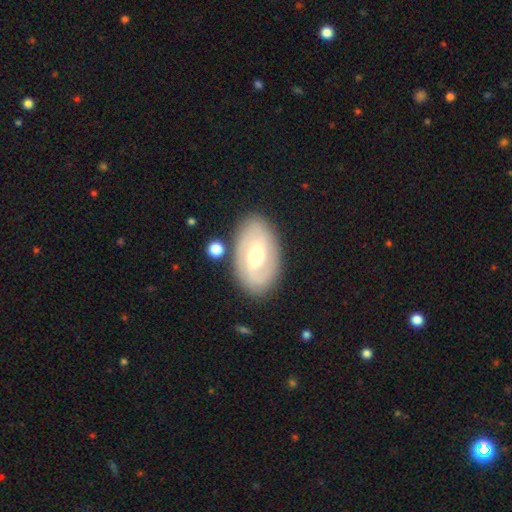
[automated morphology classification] Smooth or featured?
  - featured or disk: 71% *
  - smooth: 24%
  - star or artifact: 6%
Edge-on disk?
  - no: 94% *
  - yes: 6%
Bar?
  - weak: 48% *
  - no: 29%
  - strong: 23%
Spiral arms?
  - yes: 75% *
  - no: 25%
Bulge size?
  - moderate: 71% *
  - small: 14%
  - large: 12%
  - dominant: 1%
  - none: 1%
Merging?
  - none: 80% *
  - minor disturbance: 12%
  - major disturbance: 4%
  - merger: 4%